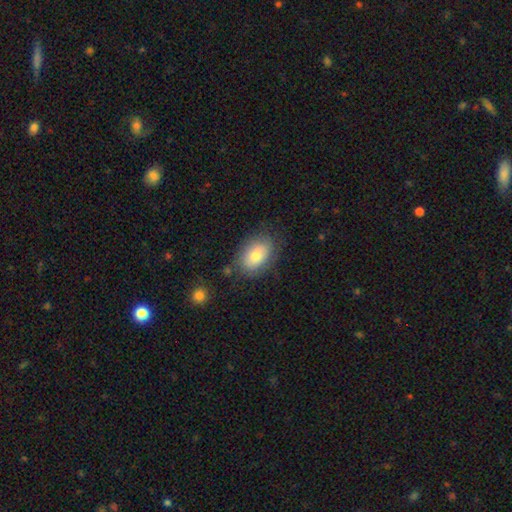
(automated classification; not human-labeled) Smooth or featured: smooth — 76% (featured or disk — 17%)
How rounded: in between — 84% (round — 14%)
Merging: none — 75% (minor disturbance — 16%)